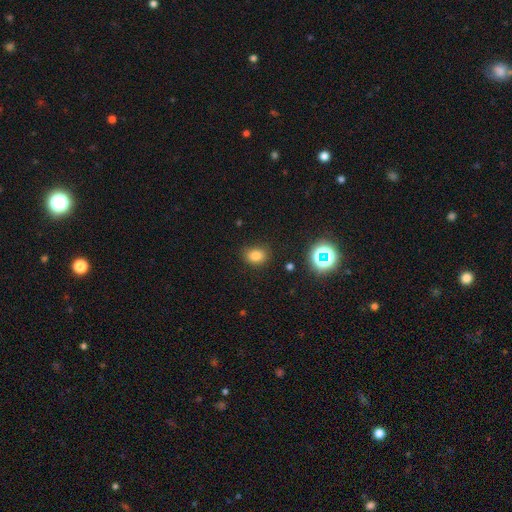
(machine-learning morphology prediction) This is likely a smooth galaxy (78%). How rounded: possibly in between (56%). Merging: clearly none (83%).